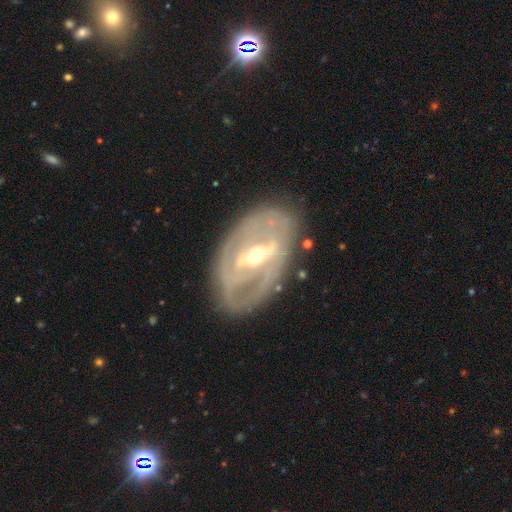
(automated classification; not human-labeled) The model was most divided on "spiral arm count": 2: 47%, can't tell: 34%, 3: 9%, 1: 5%, 4: 3%, more than 4: 3%. More confident: edge-on disk — no (93%); smooth or featured — featured or disk (83%); merging — none (75%); spiral arms — yes (74%); bulge size — moderate (60%); spiral winding — tight (59%); bar — strong (57%).